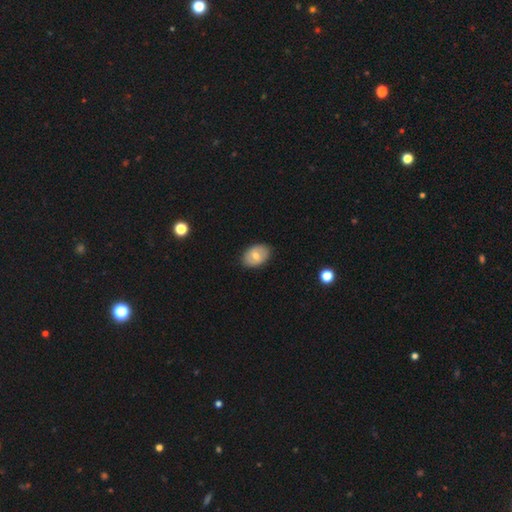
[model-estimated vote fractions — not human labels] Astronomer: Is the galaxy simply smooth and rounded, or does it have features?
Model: smooth — 64%.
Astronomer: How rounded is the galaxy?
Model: in between — 83%.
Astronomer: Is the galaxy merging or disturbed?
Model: none — 87%.